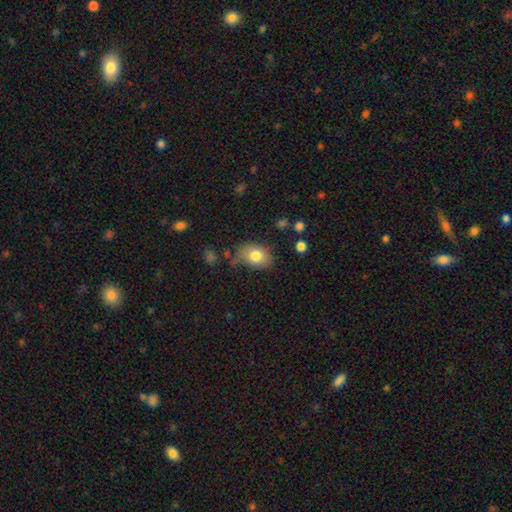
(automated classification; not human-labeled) smooth 78%, featured or disk 13%, star or artifact 8%. Down the decision tree: how rounded — in between (68%); merging — none (57%).